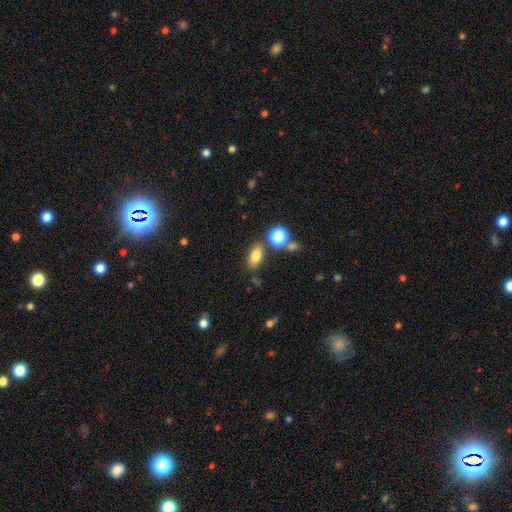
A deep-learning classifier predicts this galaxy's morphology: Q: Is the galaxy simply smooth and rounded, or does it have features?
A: smooth — 78%.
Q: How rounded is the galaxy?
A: in between — 82%.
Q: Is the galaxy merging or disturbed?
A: none — 76%.